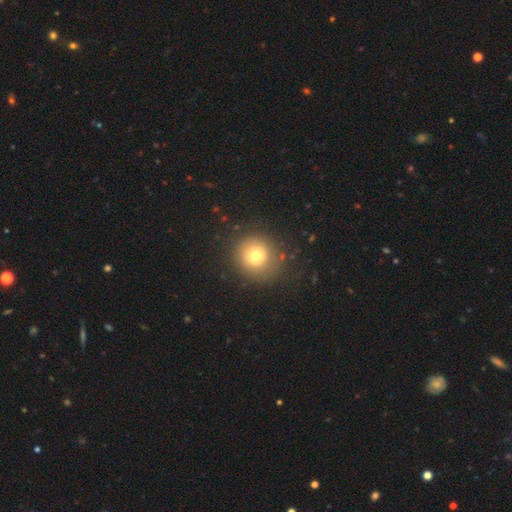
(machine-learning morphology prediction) Smooth or featured? Predicted: smooth (p=0.73). How rounded? Predicted: round (p=0.90). Merging? Predicted: none (p=0.82).